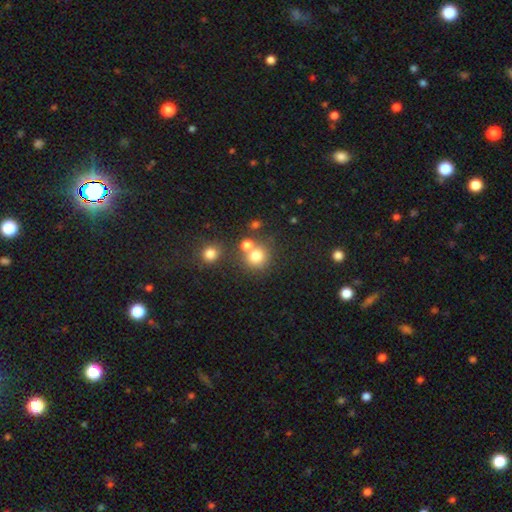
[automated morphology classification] This is likely a smooth galaxy (75%). How rounded: clearly round (87%). Merging: possibly none (59%).